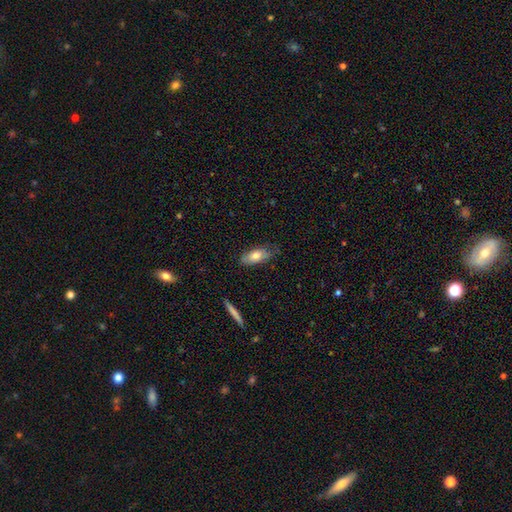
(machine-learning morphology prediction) Smooth or featured: smooth — 73% (featured or disk — 21%)
How rounded: in between — 83% (cigar-shaped — 15%)
Merging: none — 70% (minor disturbance — 24%)